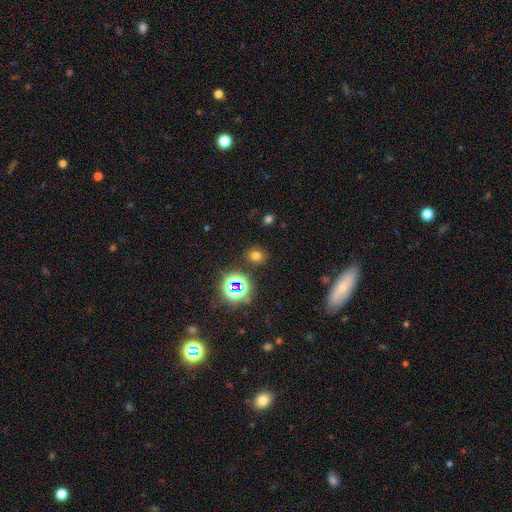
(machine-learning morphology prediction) smooth-or-featured: smooth: 65% | star or artifact: 28% | featured or disk: 7%
  how-rounded: round: 74% | in between: 25% | cigar-shaped: 1%
  merging: none: 86% | minor disturbance: 8% | major disturbance: 3% | merger: 3%